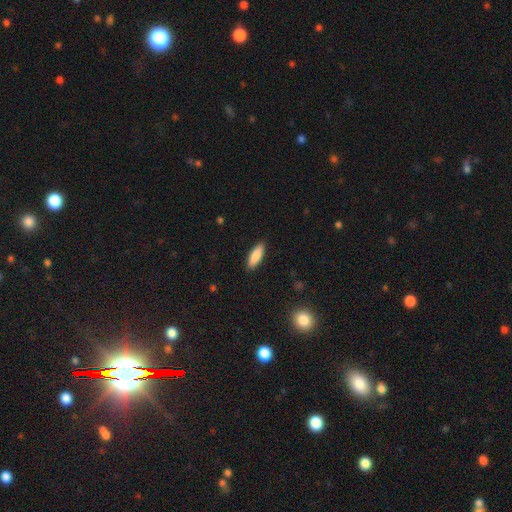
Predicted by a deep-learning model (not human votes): A smooth galaxy with no disk features (88%) that is in between round and cigar-shaped (60%).

Vote fractions:
- Smooth or featured? smooth: 88% / featured or disk: 6% / star or artifact: 6%
- How rounded? in between: 60% / cigar-shaped: 38% / round: 2%
- Merging? none: 89% / minor disturbance: 8% / major disturbance: 2% / merger: 1%